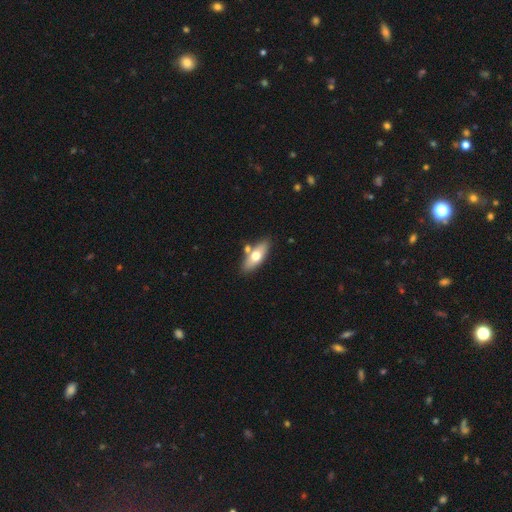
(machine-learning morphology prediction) This appears to be a smooth galaxy with no disk features (62%) that is in between round and cigar-shaped (75%). Merging: none (73%).